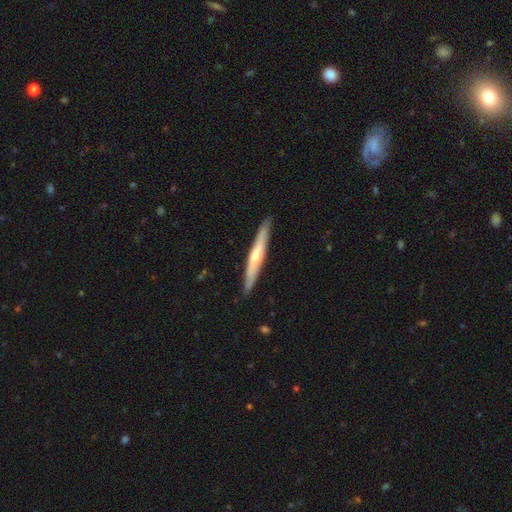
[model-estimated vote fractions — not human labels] Q: Smooth or featured?
A: featured or disk (58%); runner-up: smooth (37%)
Q: Edge-on disk?
A: yes (93%); runner-up: no (7%)
Q: Edge-on bulge?
A: rounded (66%); runner-up: none (30%)
Q: Merging?
A: none (90%); runner-up: minor disturbance (8%)